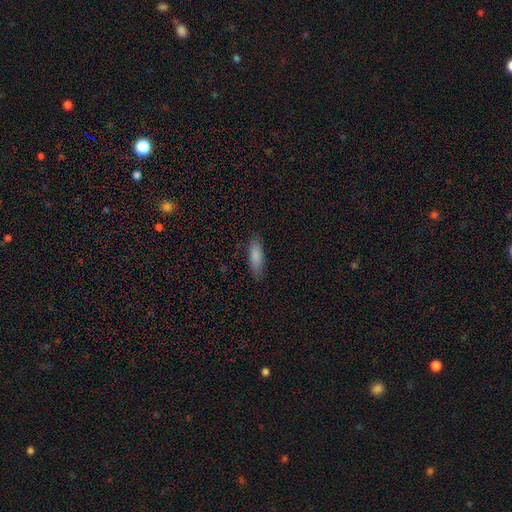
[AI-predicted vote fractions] Morphology: type=smooth (85%); roundness=in between (56%); merging=none (84%).